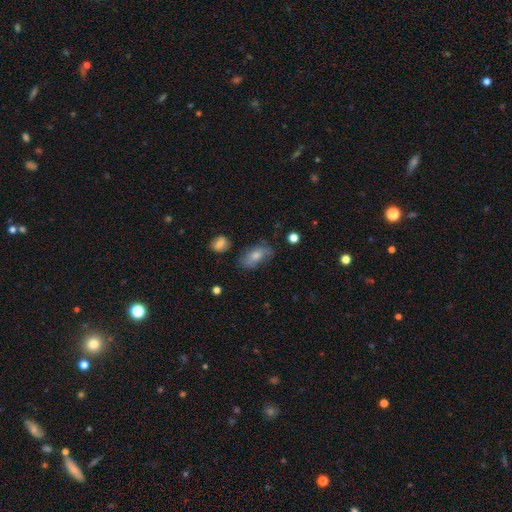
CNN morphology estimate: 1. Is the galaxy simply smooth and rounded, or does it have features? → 65% smooth, 26% featured or disk, 9% star or artifact.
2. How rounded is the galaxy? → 89% in between, 7% round, 4% cigar-shaped.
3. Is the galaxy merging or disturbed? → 59% none, 27% minor disturbance, 11% major disturbance, 3% merger.